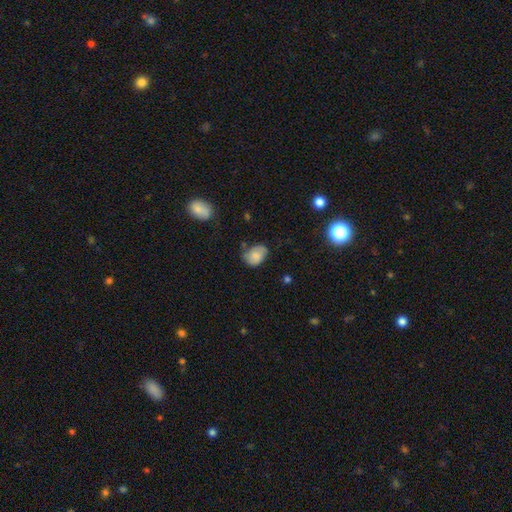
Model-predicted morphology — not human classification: A smooth galaxy with no disk features (74%) that is in between round and cigar-shaped (69%).

Vote fractions:
- Smooth or featured? smooth: 74% / featured or disk: 17% / star or artifact: 9%
- How rounded? in between: 69% / round: 29% / cigar-shaped: 1%
- Merging? none: 51% / minor disturbance: 35% / major disturbance: 10% / merger: 4%